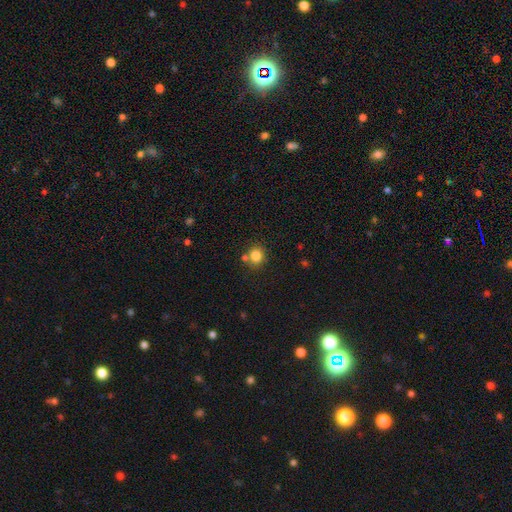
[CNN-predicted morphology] Q: Smooth or featured?
A: smooth (82%); runner-up: star or artifact (12%)
Q: How rounded?
A: round (85%); runner-up: in between (14%)
Q: Merging?
A: none (75%); runner-up: merger (13%)